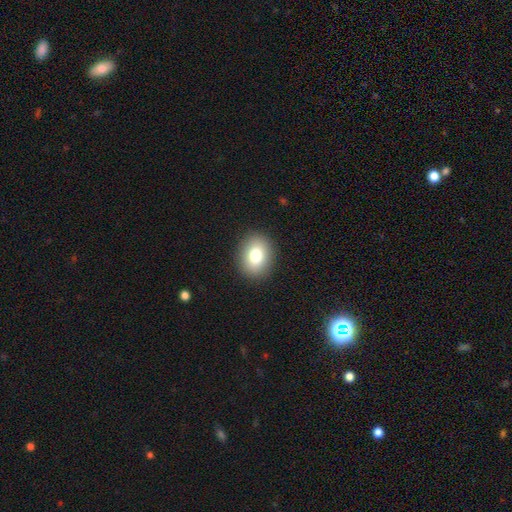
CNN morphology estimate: This appears to be a smooth galaxy with no disk features (79%) that is in between round and cigar-shaped (58%). Merging: none (90%).